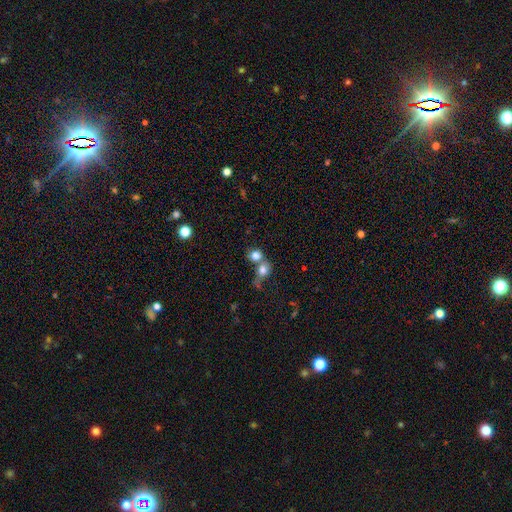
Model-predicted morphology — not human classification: A smooth galaxy with no disk features (78%) that is round (70%).

Vote fractions:
- Smooth or featured? smooth: 78% / featured or disk: 11% / star or artifact: 11%
- How rounded? round: 70% / in between: 28% / cigar-shaped: 1%
- Merging? merger: 58% / none: 29% / minor disturbance: 8% / major disturbance: 6%